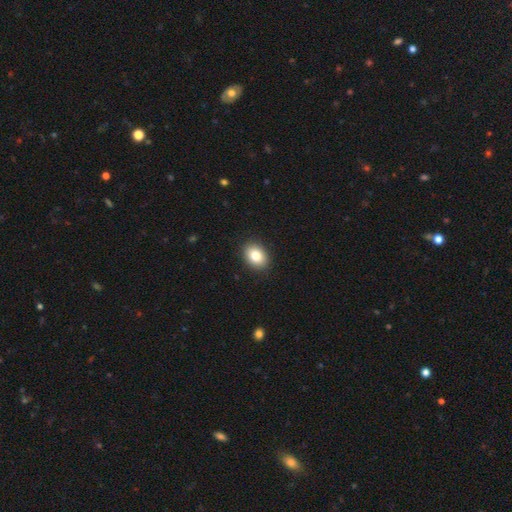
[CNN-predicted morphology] Smooth or featured? Predicted: smooth (p=0.83). How rounded? Predicted: in between (p=0.71). Merging? Predicted: none (p=0.91).